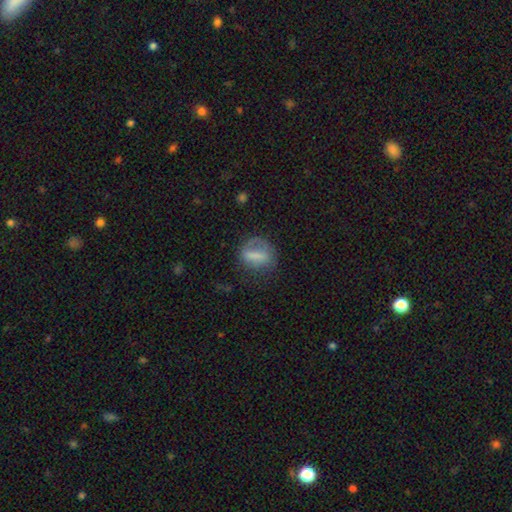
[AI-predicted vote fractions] Smooth or featured? Predicted: smooth (p=0.61). How rounded? Predicted: round (p=0.47). Merging? Predicted: none (p=0.51).